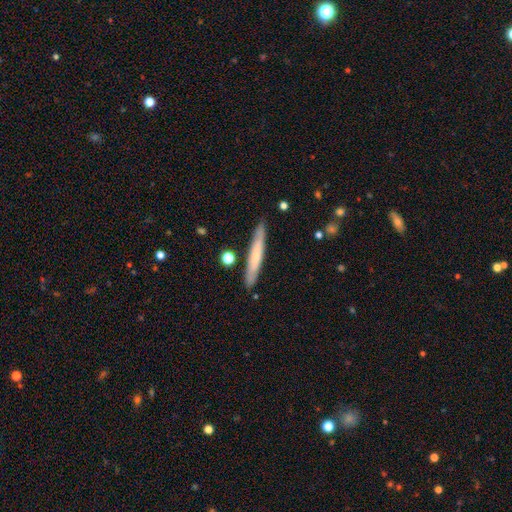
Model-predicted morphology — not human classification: smooth_or_featured: smooth (p=0.60) [alt: featured or disk p=0.35]
how_rounded: cigar-shaped (p=0.95) [alt: in between p=0.04]
merging: none (p=0.86) [alt: minor disturbance p=0.10]